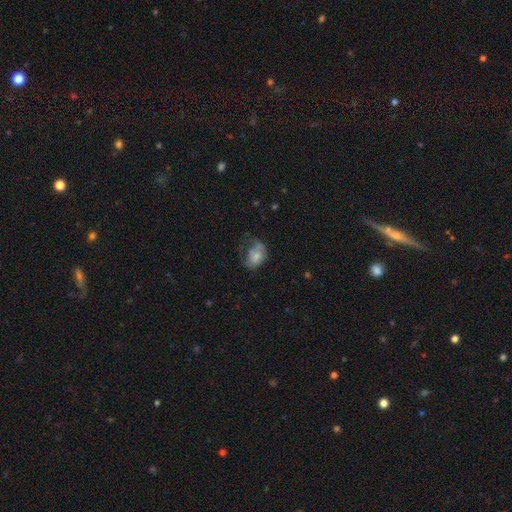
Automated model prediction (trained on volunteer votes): Smooth or featured? smooth (57%)
How rounded? in between (67%)
Merging? major disturbance (40%)